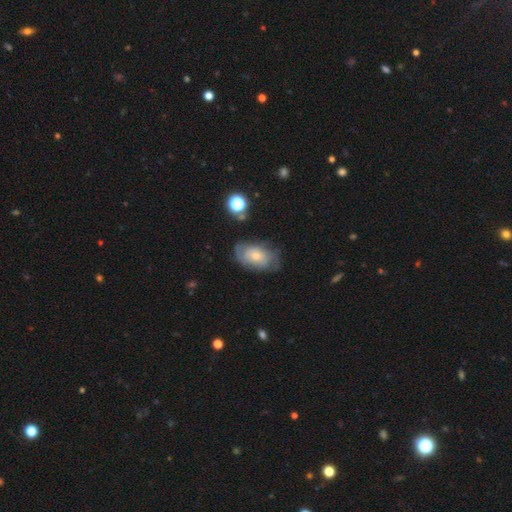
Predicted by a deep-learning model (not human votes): Q: Smooth or featured?
A: featured or disk (54%); runner-up: smooth (38%)
Q: Edge-on disk?
A: no (95%); runner-up: yes (5%)
Q: Bar?
A: no (80%); runner-up: weak (17%)
Q: Spiral arms?
A: yes (78%); runner-up: no (22%)
Q: Bulge size?
A: small (59%); runner-up: moderate (32%)
Q: Merging?
A: none (63%); runner-up: minor disturbance (24%)